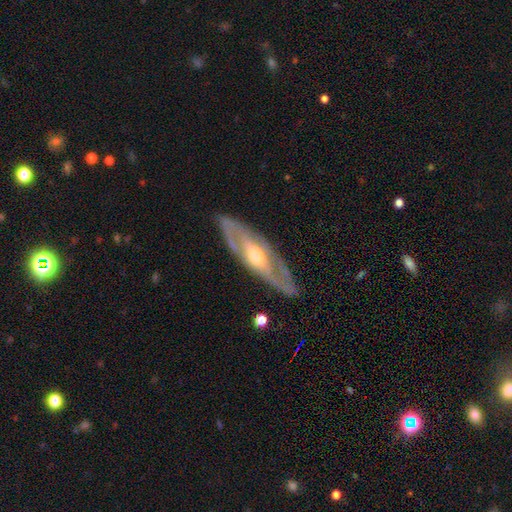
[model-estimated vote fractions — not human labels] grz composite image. It shows a featured or disk galaxy (79%) with no bar (51%), spiral arms (63%) and a moderate central bulge (69%). Merging: none (84%).